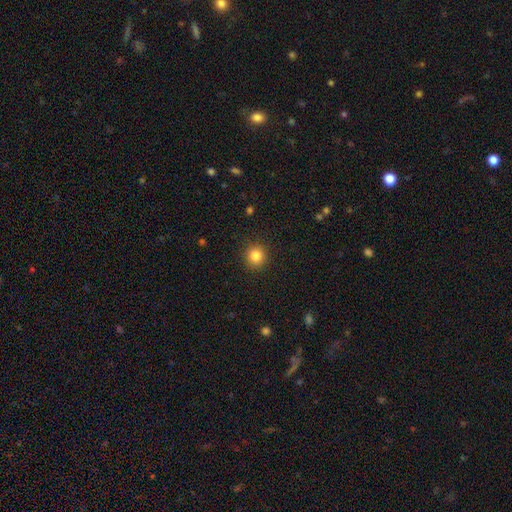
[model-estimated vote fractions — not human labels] This appears to be a smooth galaxy with no disk features (84%) that is round (94%). Merging: none (91%).